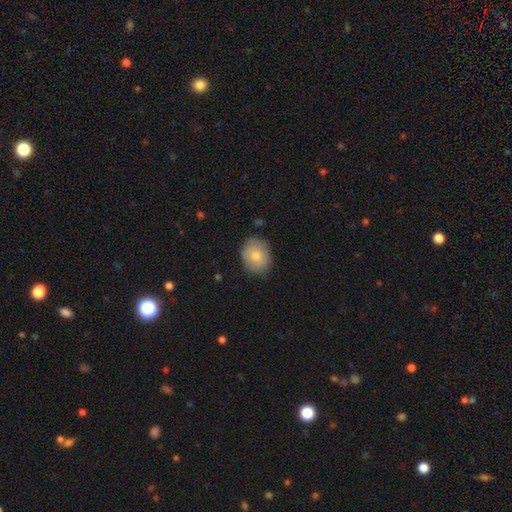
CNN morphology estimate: smooth-or-featured: smooth: 76% | featured or disk: 17% | star or artifact: 7%
  how-rounded: round: 56% | in between: 43% | cigar-shaped: 1%
  merging: none: 80% | minor disturbance: 16% | major disturbance: 3% | merger: 1%